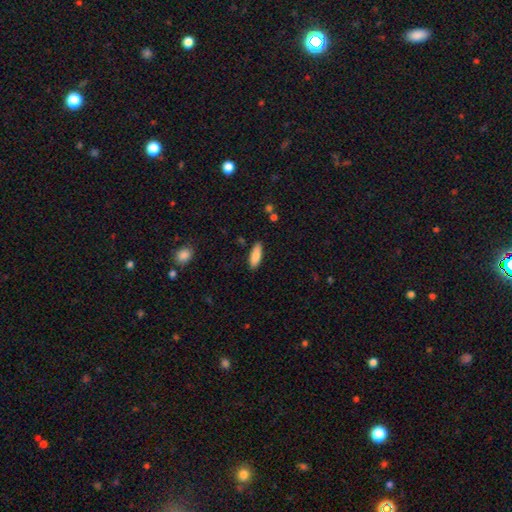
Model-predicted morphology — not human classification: smooth_or_featured: smooth (p=0.86) [alt: featured or disk p=0.08]
how_rounded: in between (p=0.63) [alt: cigar-shaped p=0.35]
merging: none (p=0.86) [alt: minor disturbance p=0.10]